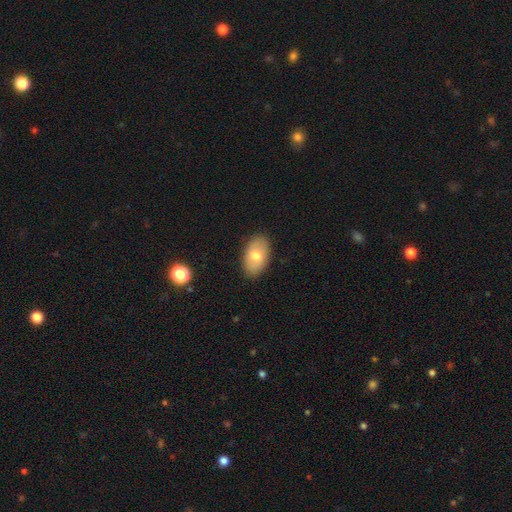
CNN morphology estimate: A smooth galaxy with no disk features (72%) that is in between round and cigar-shaped (93%).

Vote fractions:
- Smooth or featured? smooth: 72% / featured or disk: 21% / star or artifact: 7%
- How rounded? in between: 93% / round: 6% / cigar-shaped: 1%
- Merging? none: 87% / minor disturbance: 10% / major disturbance: 2% / merger: 1%